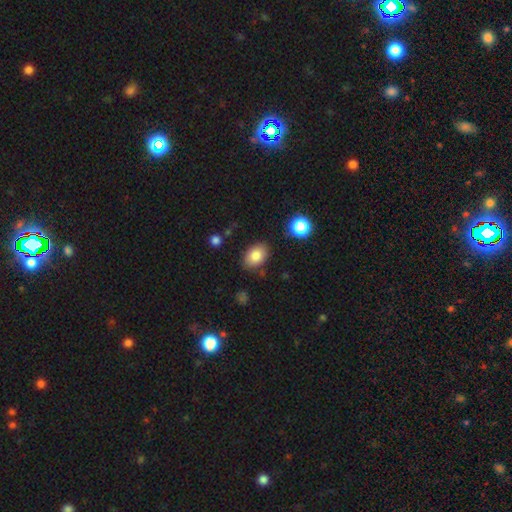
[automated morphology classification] Smooth or featured? Predicted: smooth (p=0.83). How rounded? Predicted: in between (p=0.82). Merging? Predicted: none (p=0.83).